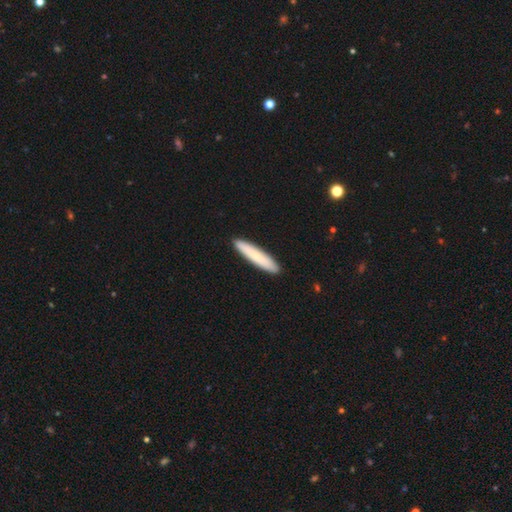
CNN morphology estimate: smooth 76%, featured or disk 18%, star or artifact 6%. Down the decision tree: how rounded — cigar-shaped (91%); merging — none (91%).